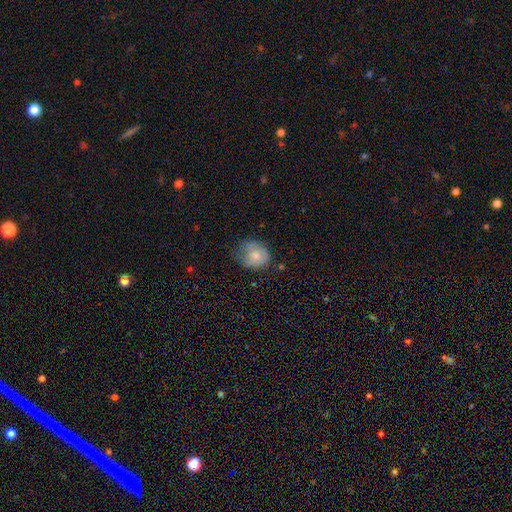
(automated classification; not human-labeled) This is likely a smooth galaxy (70%). How rounded: likely round (64%). Merging: marginally none (43%).